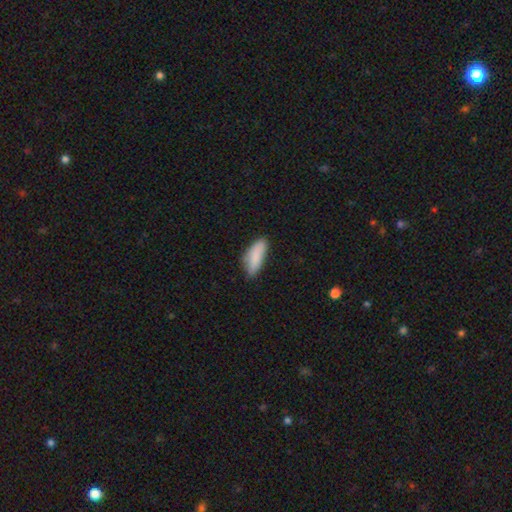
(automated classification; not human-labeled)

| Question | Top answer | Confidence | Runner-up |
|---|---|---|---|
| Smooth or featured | smooth | 86% | featured or disk (7%) |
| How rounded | in between | 72% | cigar-shaped (26%) |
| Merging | none | 72% | minor disturbance (22%) |